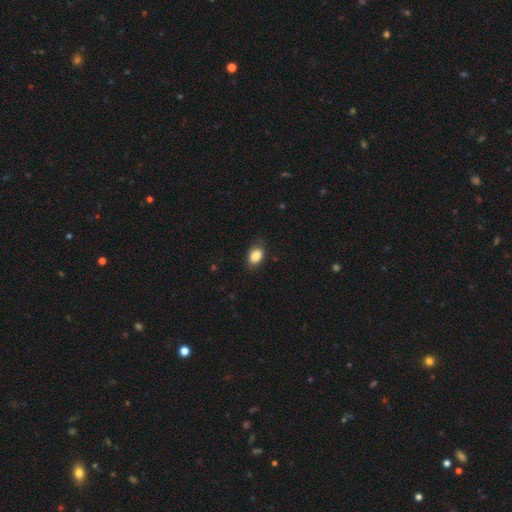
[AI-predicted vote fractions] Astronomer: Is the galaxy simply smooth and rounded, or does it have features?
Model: smooth — 86%.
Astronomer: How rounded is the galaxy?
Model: in between — 79%.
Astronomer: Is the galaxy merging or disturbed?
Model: none — 81%.